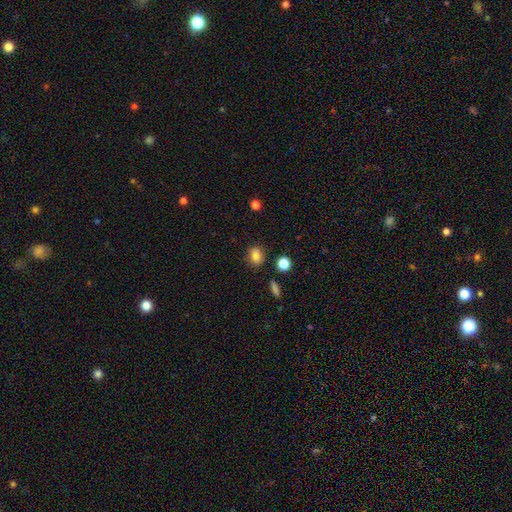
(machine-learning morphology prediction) A smooth galaxy with no disk features (83%) that is in between round and cigar-shaped (55%). Merging: none (84%).